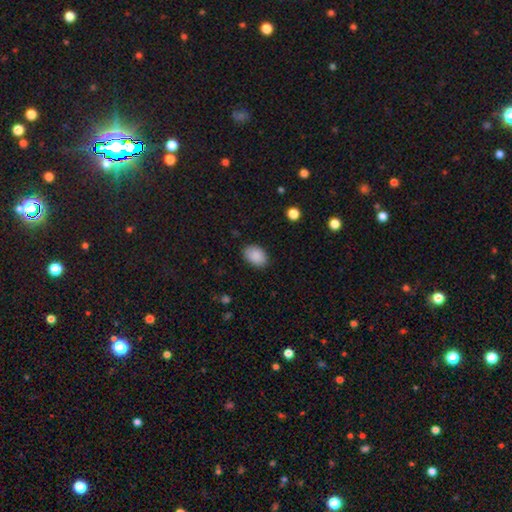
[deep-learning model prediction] smooth-or-featured: smooth: 89% | star or artifact: 7% | featured or disk: 4%
  how-rounded: in between: 86% | round: 13% | cigar-shaped: 1%
  merging: none: 86% | minor disturbance: 11% | major disturbance: 2% | merger: 1%